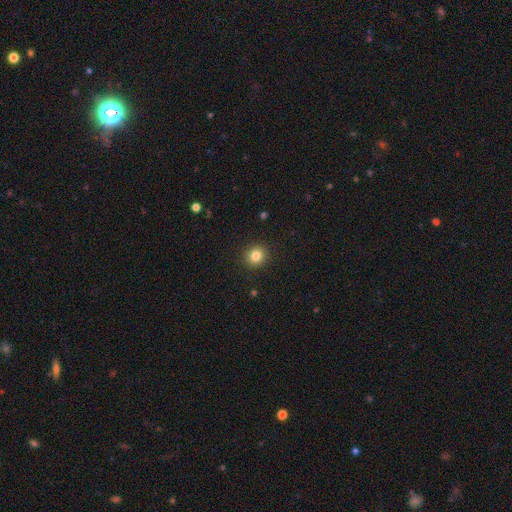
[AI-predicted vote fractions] A smooth galaxy with no disk features (83%) that is round (86%). Merging: none (92%).